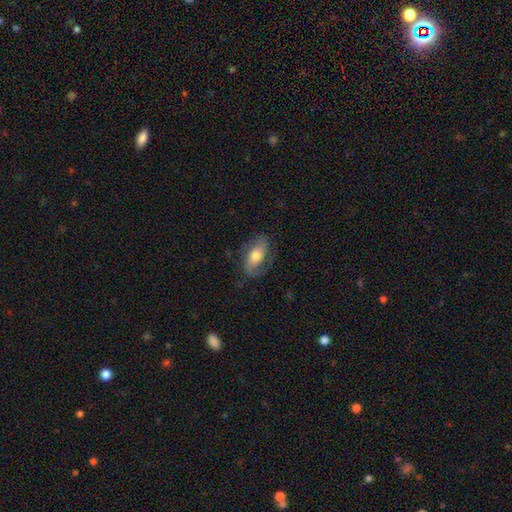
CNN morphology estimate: The model was most divided on "smooth or featured": featured or disk: 52%, smooth: 42%, star or artifact: 6%. More confident: edge-on disk — no (88%); merging — none (71%).